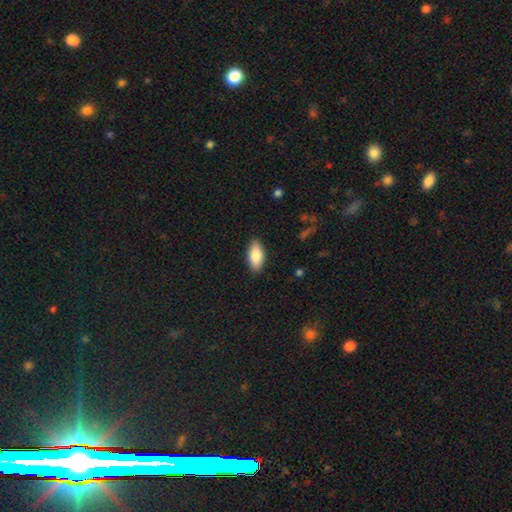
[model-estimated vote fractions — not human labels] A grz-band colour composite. It shows a smooth galaxy with no disk features (84%) that is in between round and cigar-shaped (88%). Merging: none (88%).